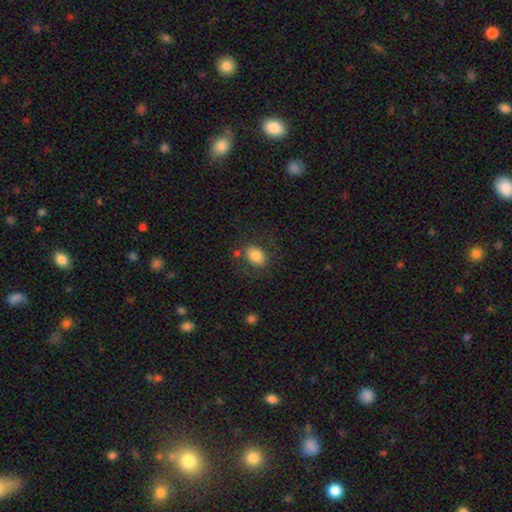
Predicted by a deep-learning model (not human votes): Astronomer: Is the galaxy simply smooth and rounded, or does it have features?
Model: smooth — 79%.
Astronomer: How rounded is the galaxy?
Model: in between — 65%.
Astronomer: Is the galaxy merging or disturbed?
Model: none — 72%.